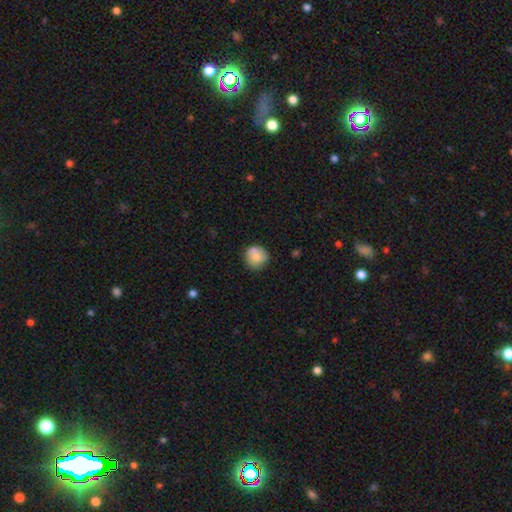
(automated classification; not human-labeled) Morphology: type=smooth (78%); roundness=round (91%); merging=none (71%).